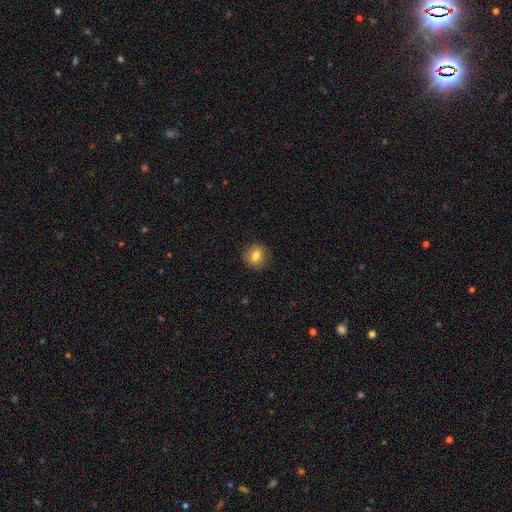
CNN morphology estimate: This appears to be a smooth galaxy with no disk features (75%) that is round (79%). Merging: none (88%).